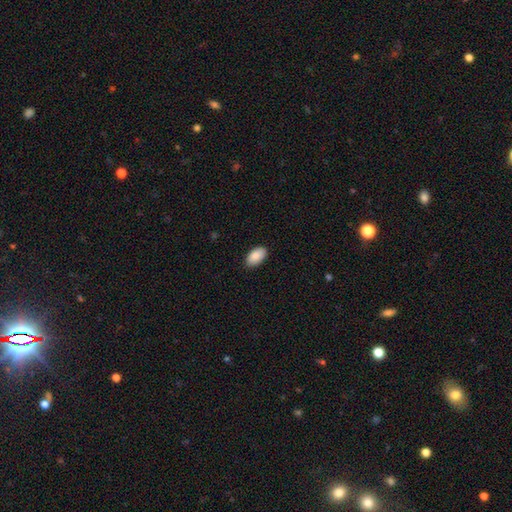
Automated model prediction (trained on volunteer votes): This is clearly a smooth galaxy (90%). How rounded: clearly in between (95%). Merging: clearly none (87%).